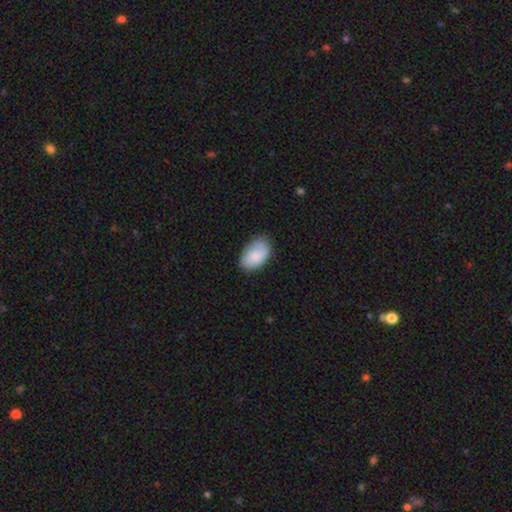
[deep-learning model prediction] smooth_or_featured: smooth (p=0.77) [alt: featured or disk p=0.17]
how_rounded: in between (p=0.92) [alt: round p=0.07]
merging: none (p=0.73) [alt: minor disturbance p=0.21]